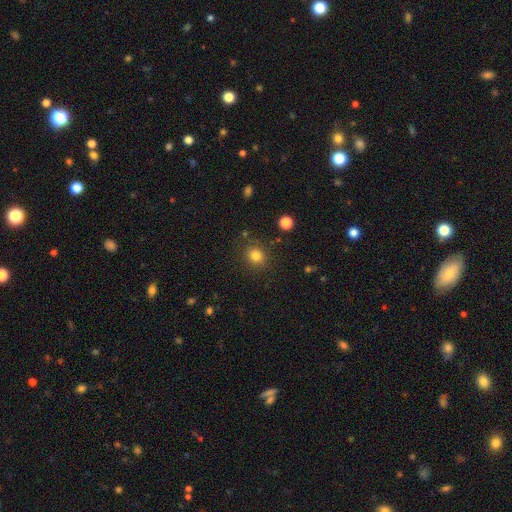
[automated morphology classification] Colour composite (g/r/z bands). It shows a smooth galaxy with no disk features (81%) that is round (82%). Merging: none (85%).